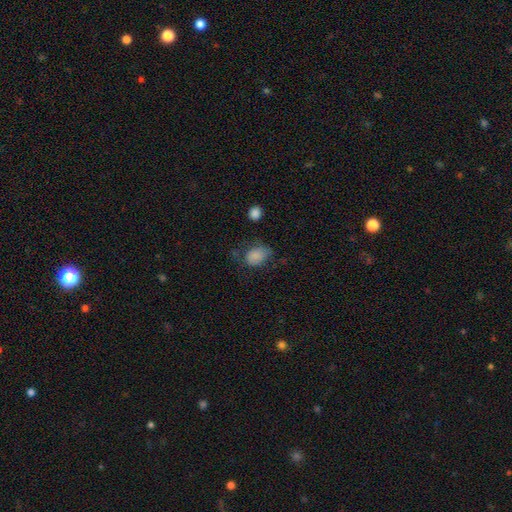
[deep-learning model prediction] Smooth or featured: smooth — 82% (star or artifact — 10%)
How rounded: in between — 73% (round — 26%)
Merging: none — 48% (minor disturbance — 31%)